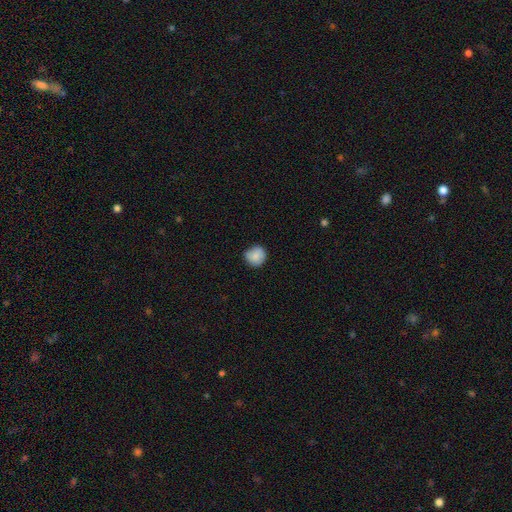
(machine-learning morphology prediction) Smooth or featured? smooth (84%)
How rounded? round (90%)
Merging? none (77%)